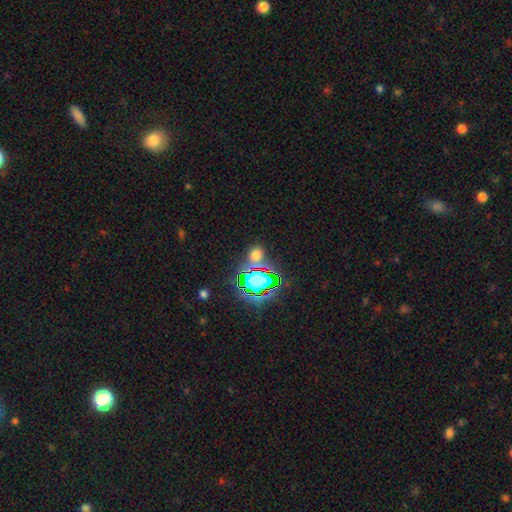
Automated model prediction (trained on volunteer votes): This appears to be a smooth galaxy with no disk features (50%) that is round (62%). Merging: none (73%).